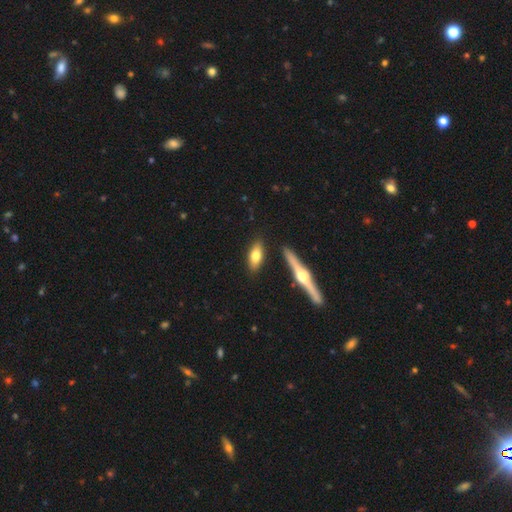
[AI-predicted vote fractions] Morphology: type=smooth (65%); roundness=in between (71%); merging=none (84%).